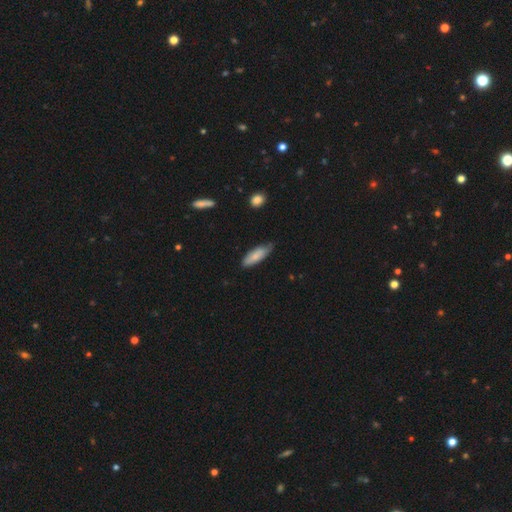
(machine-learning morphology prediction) The model was most divided on "how rounded": in between: 60%, cigar-shaped: 38%, round: 2%. More confident: smooth or featured — smooth (79%); merging — none (63%).